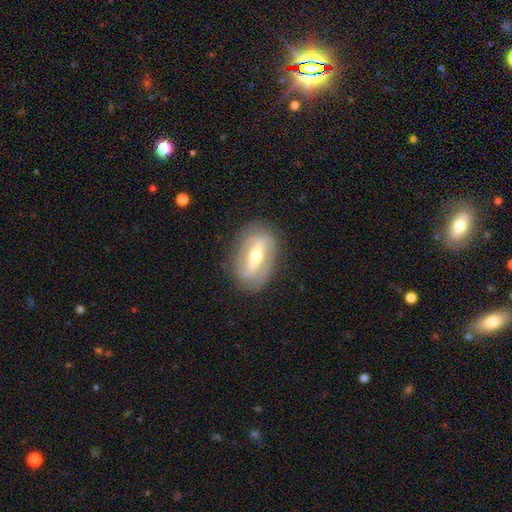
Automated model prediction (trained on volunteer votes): smooth-or-featured: featured or disk: 69% | smooth: 24% | star or artifact: 6%
  disk-edge-on: no: 86% | yes: 14%
    bar: strong: 59% | weak: 27% | no: 14%
    has-spiral-arms: yes: 54% | no: 46%
    bulge-size: moderate: 61% | small: 33% | large: 4% | dominant: 1% | none: 1%
  merging: none: 81% | minor disturbance: 13% | major disturbance: 5% | merger: 1%